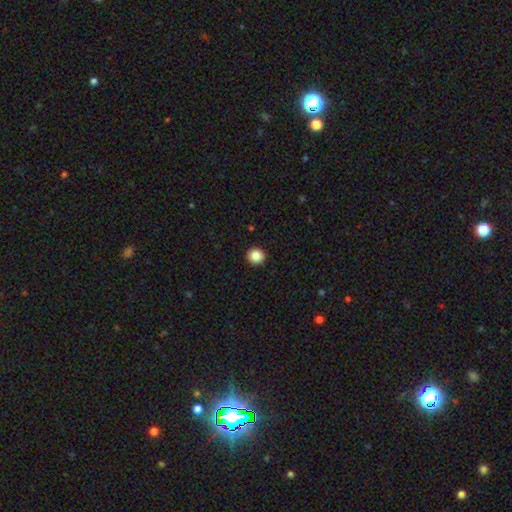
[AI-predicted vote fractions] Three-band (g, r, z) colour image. It shows a smooth galaxy with no disk features (85%) that is round (93%). Merging: none (93%).